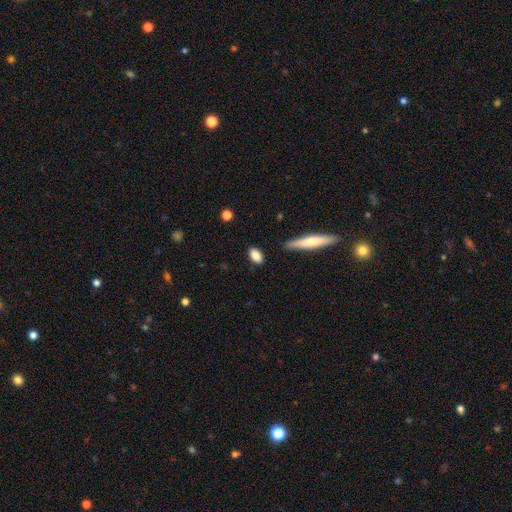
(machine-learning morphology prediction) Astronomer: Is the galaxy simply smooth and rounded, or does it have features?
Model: smooth — 84%.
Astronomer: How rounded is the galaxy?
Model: in between — 84%.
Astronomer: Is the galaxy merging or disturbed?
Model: none — 85%.